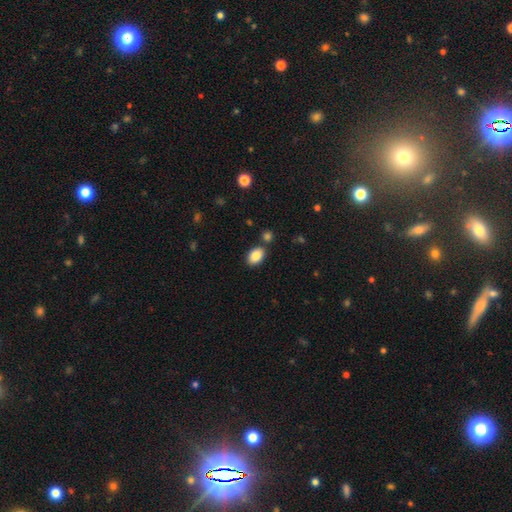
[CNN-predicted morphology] The model was most divided on "merging": none: 79%, minor disturbance: 10%, merger: 9%, major disturbance: 2%. More confident: how rounded — in between (87%); smooth or featured — smooth (86%).